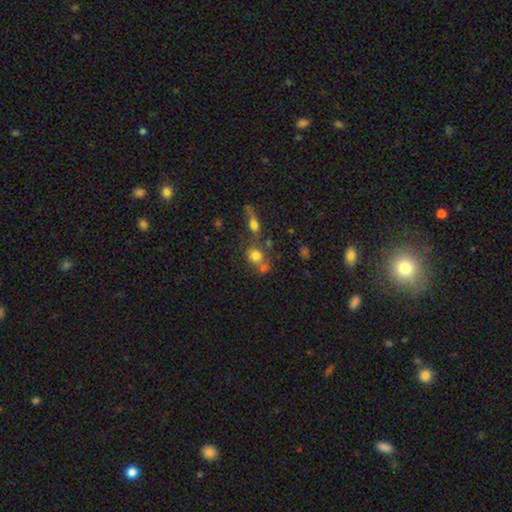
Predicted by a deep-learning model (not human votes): The model was most divided on "merging": none: 47%, merger: 36%, minor disturbance: 10%, major disturbance: 6%. More confident: how rounded — round (77%); smooth or featured — smooth (74%).